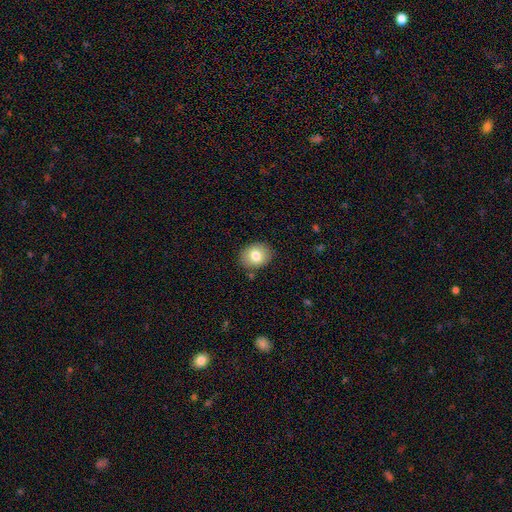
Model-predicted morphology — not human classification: Smooth or featured?
  - smooth: 79% *
  - featured or disk: 12%
  - star or artifact: 9%
How rounded?
  - round: 53% *
  - in between: 46%
  - cigar-shaped: 1%
Merging?
  - none: 85% *
  - minor disturbance: 10%
  - major disturbance: 2%
  - merger: 2%